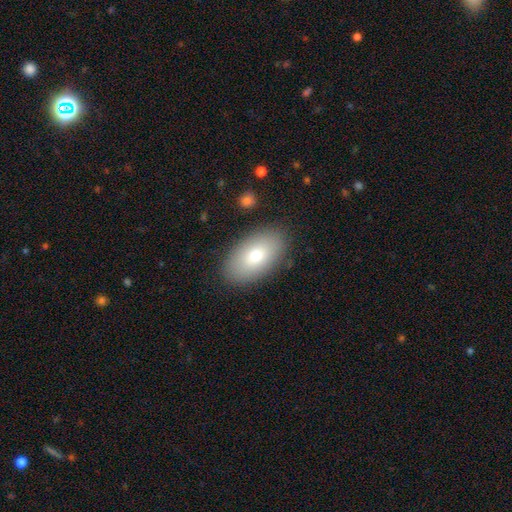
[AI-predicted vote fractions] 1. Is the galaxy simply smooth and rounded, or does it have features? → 73% smooth, 19% featured or disk, 8% star or artifact.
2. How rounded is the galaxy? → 93% in between, 5% round, 2% cigar-shaped.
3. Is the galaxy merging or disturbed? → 87% none, 9% minor disturbance, 3% major disturbance, 1% merger.